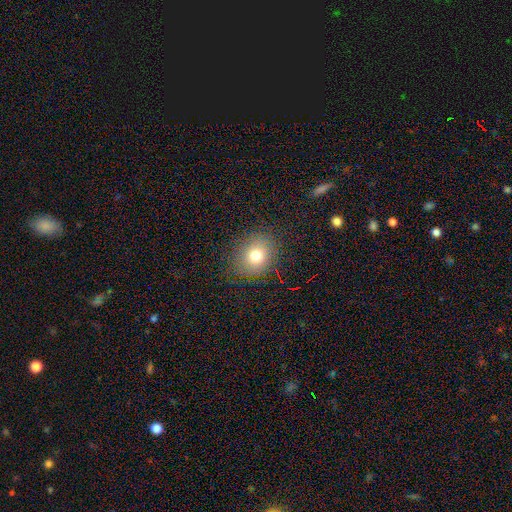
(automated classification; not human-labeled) A smooth galaxy with no disk features (74%) that is round (57%). Merging: none (83%).